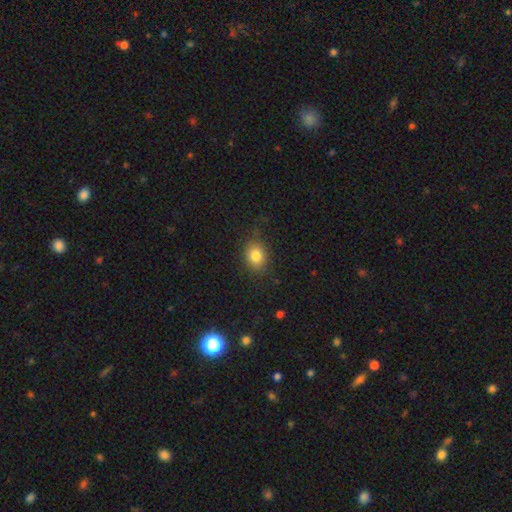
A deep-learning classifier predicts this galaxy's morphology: smooth 82%, star or artifact 11%, featured or disk 8%. Down the decision tree: how rounded — round (54%); merging — none (82%).